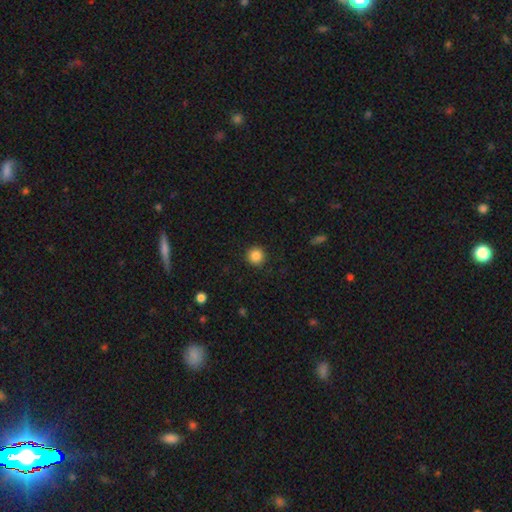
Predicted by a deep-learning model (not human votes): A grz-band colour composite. It shows a smooth galaxy with no disk features (86%) that is round (95%). Merging: none (91%).